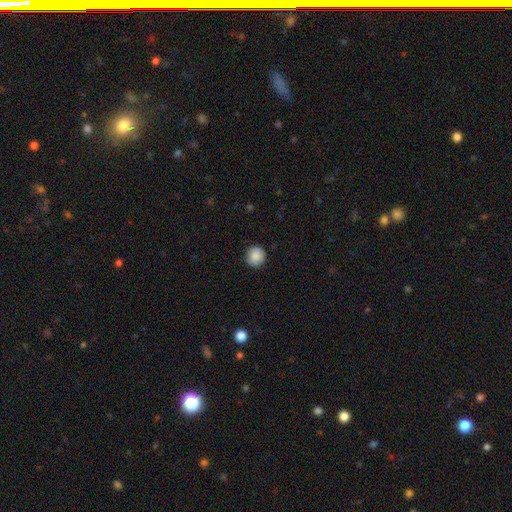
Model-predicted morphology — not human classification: Q: Smooth or featured?
A: smooth (88%); runner-up: star or artifact (8%)
Q: How rounded?
A: round (92%); runner-up: in between (7%)
Q: Merging?
A: none (89%); runner-up: minor disturbance (8%)